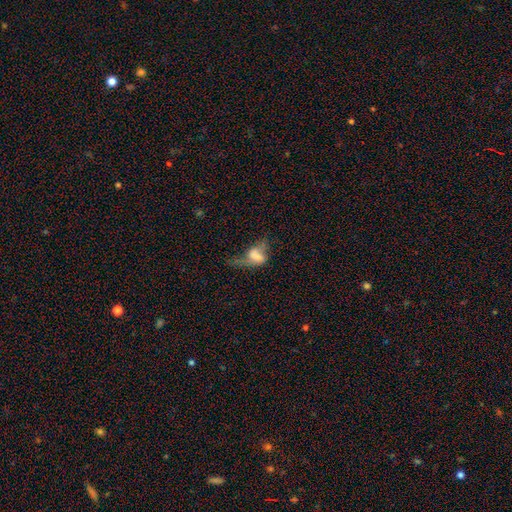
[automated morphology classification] Smooth or featured?
  - smooth: 53% *
  - featured or disk: 34%
  - star or artifact: 13%
How rounded?
  - in between: 80% *
  - round: 14%
  - cigar-shaped: 5%
Merging?
  - major disturbance: 48% *
  - merger: 20%
  - none: 16%
  - minor disturbance: 15%